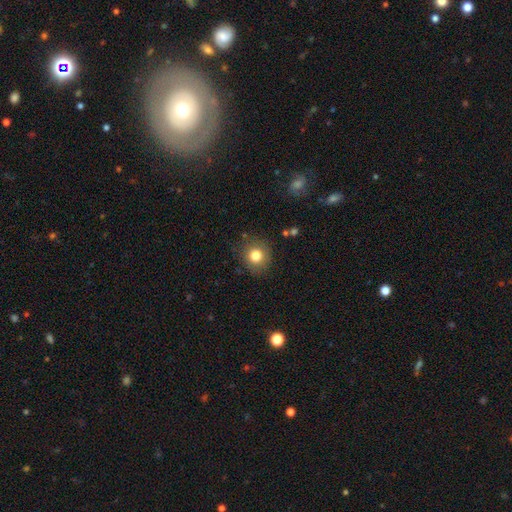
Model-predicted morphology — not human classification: Smooth or featured?
  - smooth: 80% *
  - star or artifact: 11%
  - featured or disk: 9%
How rounded?
  - round: 87% *
  - in between: 12%
  - cigar-shaped: 1%
Merging?
  - none: 84% *
  - minor disturbance: 10%
  - major disturbance: 3%
  - merger: 2%